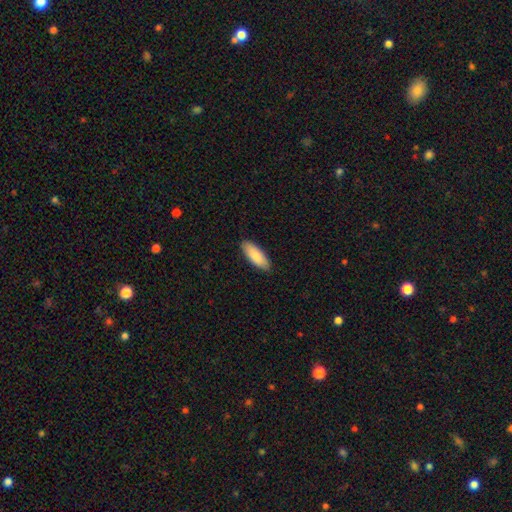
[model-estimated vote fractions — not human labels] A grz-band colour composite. It shows a smooth galaxy with no disk features (88%) that is in between round and cigar-shaped (72%). Merging: none (88%).